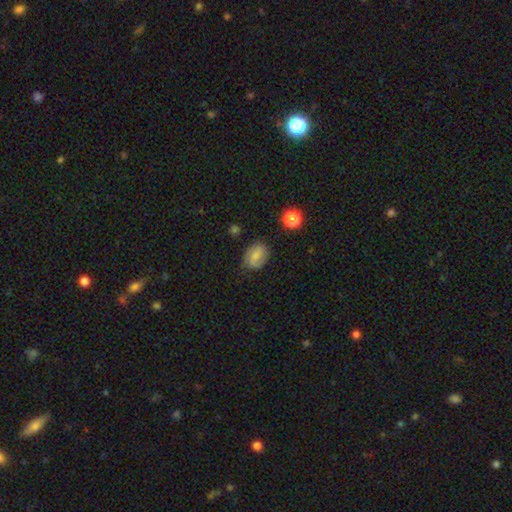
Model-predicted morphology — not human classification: Smooth or featured? smooth (68%)
How rounded? in between (71%)
Merging? none (72%)